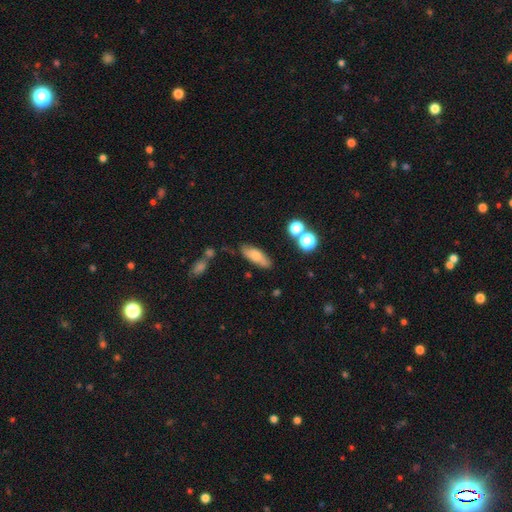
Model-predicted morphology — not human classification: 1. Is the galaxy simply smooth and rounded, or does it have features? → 67% smooth, 24% featured or disk, 8% star or artifact.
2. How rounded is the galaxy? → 62% in between, 34% cigar-shaped, 4% round.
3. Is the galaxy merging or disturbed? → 76% none, 16% minor disturbance, 5% merger, 4% major disturbance.